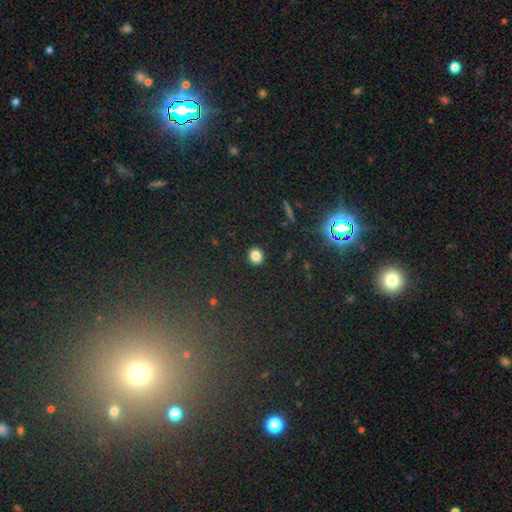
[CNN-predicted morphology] smooth_or_featured: smooth (p=0.83) [alt: star or artifact p=0.12]
how_rounded: round (p=0.73) [alt: in between p=0.26]
merging: none (p=0.91) [alt: minor disturbance p=0.06]